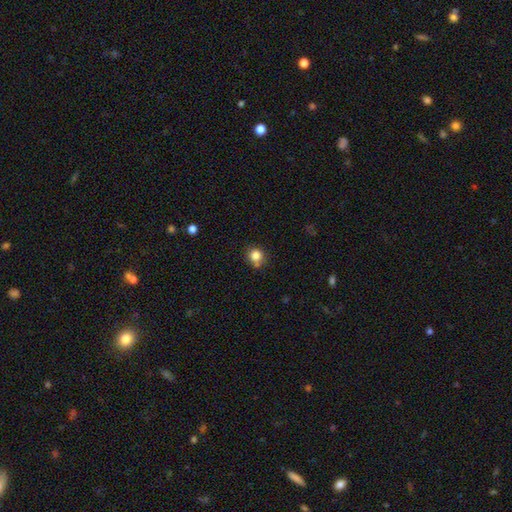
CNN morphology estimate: Smooth or featured?
  - smooth: 83% *
  - star or artifact: 11%
  - featured or disk: 6%
How rounded?
  - round: 87% *
  - in between: 12%
  - cigar-shaped: 1%
Merging?
  - none: 69% *
  - minor disturbance: 17%
  - merger: 9%
  - major disturbance: 4%